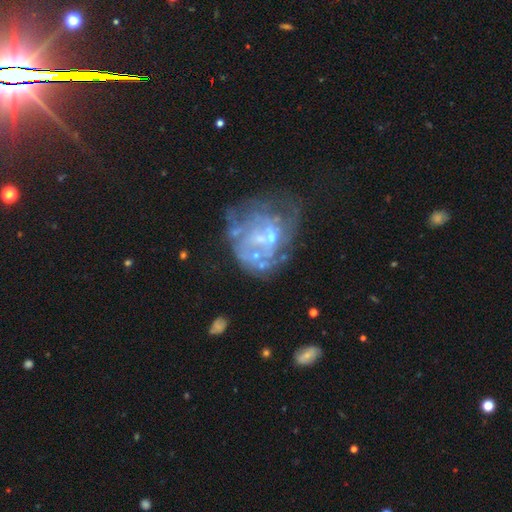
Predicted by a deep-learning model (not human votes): This is possibly a featured or disk galaxy (57%). It is clearly not viewed edge-on (95%). Bar: likely no (68%). Spiral arm pattern: possibly yes (51%). Central bulge: possibly small (51%). Merging: possibly none (47%).